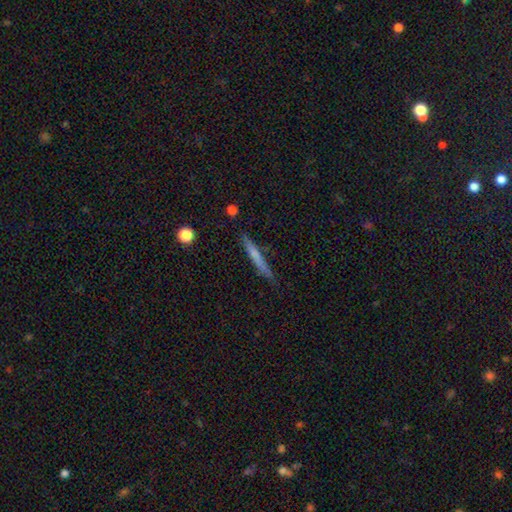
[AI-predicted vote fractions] Smooth or featured: smooth — 58% (featured or disk — 35%)
How rounded: cigar-shaped — 95% (in between — 3%)
Merging: none — 82% (minor disturbance — 13%)